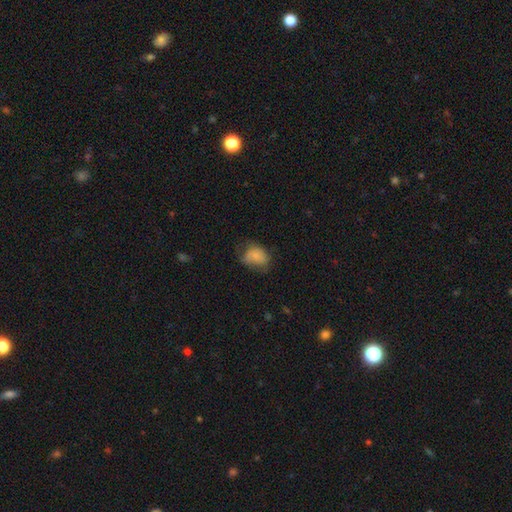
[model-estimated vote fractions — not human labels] Overall: smooth (72%). How rounded: in between (63%; round 36%). Merging: none (42%; minor disturbance 34%).